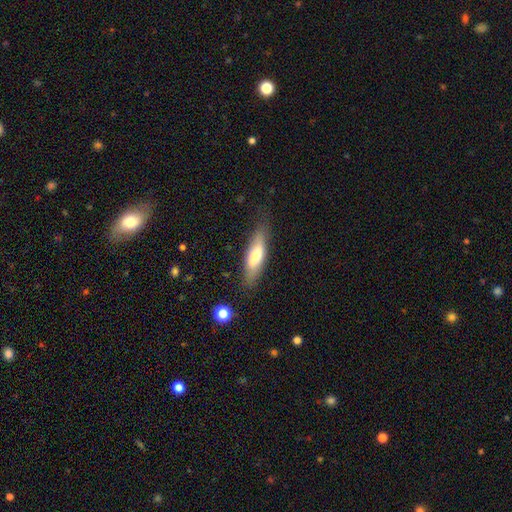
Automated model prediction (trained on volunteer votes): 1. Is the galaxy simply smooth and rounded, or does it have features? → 68% smooth, 26% featured or disk, 6% star or artifact.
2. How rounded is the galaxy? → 57% cigar-shaped, 42% in between, 2% round.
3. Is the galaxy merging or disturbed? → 75% none, 18% minor disturbance, 5% major disturbance, 2% merger.